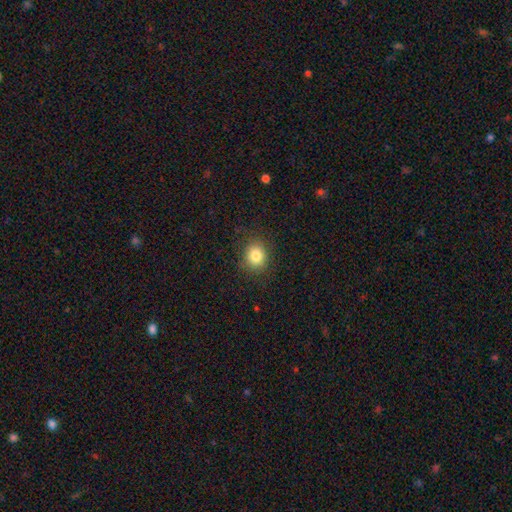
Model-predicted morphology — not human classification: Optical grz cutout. It shows a smooth galaxy with no disk features (83%) that is round (75%). Merging: none (87%).